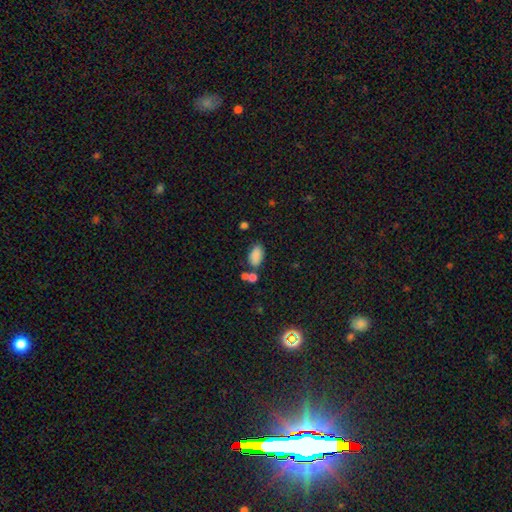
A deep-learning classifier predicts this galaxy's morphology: Smooth or featured?
  - smooth: 86% *
  - star or artifact: 9%
  - featured or disk: 5%
How rounded?
  - in between: 93% *
  - round: 4%
  - cigar-shaped: 3%
Merging?
  - none: 63% *
  - merger: 17%
  - minor disturbance: 15%
  - major disturbance: 5%